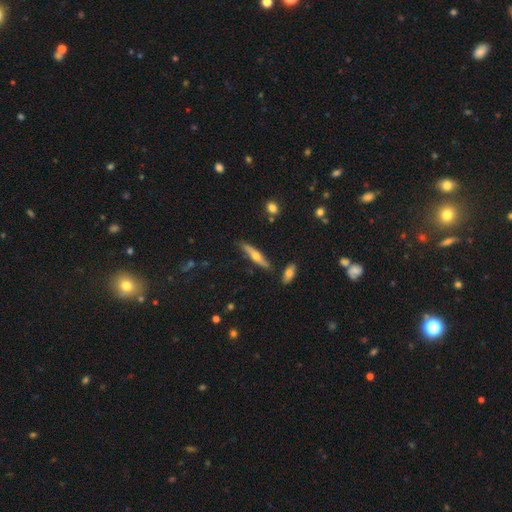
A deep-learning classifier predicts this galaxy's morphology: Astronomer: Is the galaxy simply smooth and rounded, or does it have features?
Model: featured or disk — 53% (runner-up: smooth, 41%).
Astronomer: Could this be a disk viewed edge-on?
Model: yes — 89%.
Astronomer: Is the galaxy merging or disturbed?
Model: none — 78%.